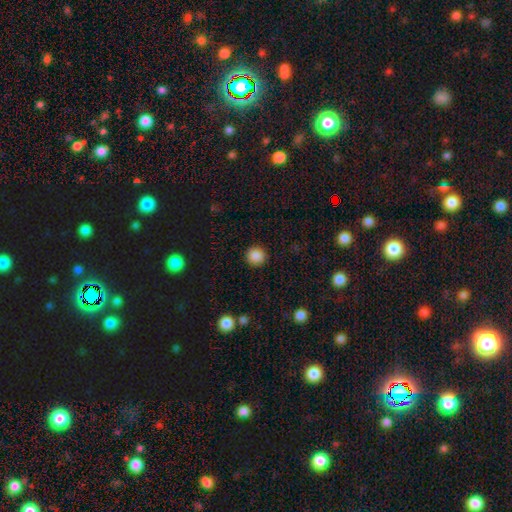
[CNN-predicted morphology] type=smooth (87%); roundness=round (94%); merging=none (92%).